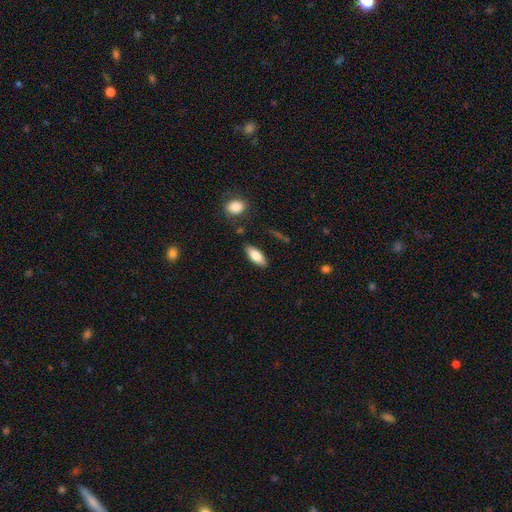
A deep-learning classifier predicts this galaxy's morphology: Smooth or featured? Predicted: smooth (p=0.74). How rounded? Predicted: in between (p=0.76). Merging? Predicted: none (p=0.83).